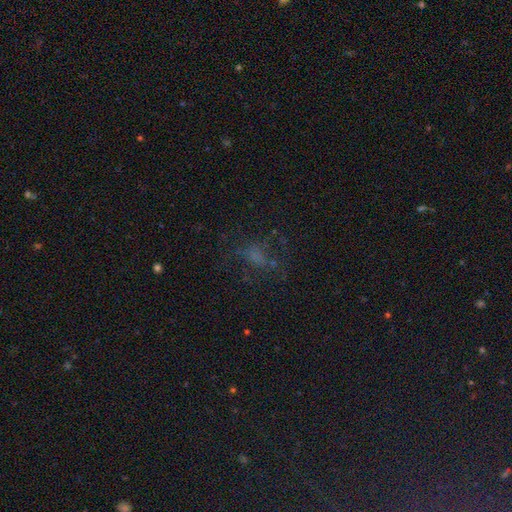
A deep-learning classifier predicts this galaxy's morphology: Smooth or featured? Predicted: smooth (p=0.39). Merging? Predicted: none (p=0.53).